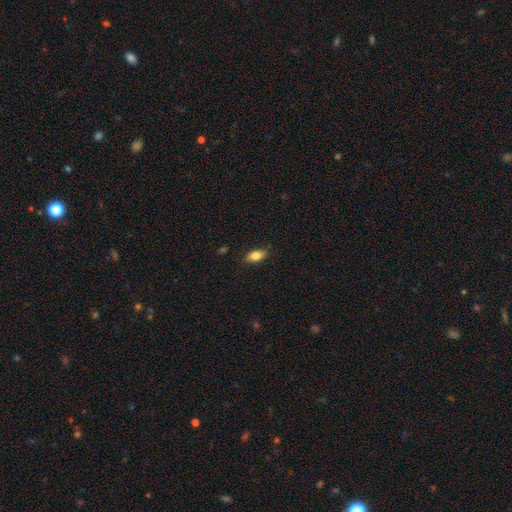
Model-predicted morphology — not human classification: smooth-or-featured: smooth: 79% | featured or disk: 14% | star or artifact: 7%
  how-rounded: in between: 86% | cigar-shaped: 9% | round: 5%
  merging: none: 82% | minor disturbance: 14% | major disturbance: 3% | merger: 1%